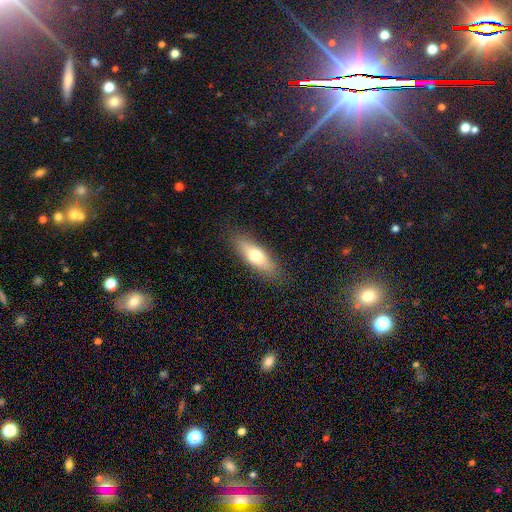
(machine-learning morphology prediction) smooth 66%, featured or disk 28%, star or artifact 7%. Down the decision tree: how rounded — in between (52%); merging — none (85%).